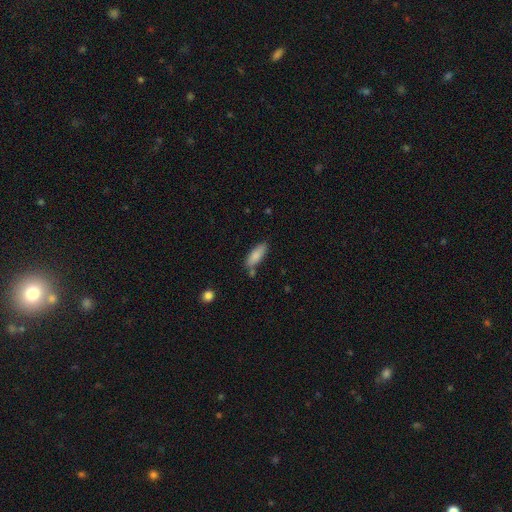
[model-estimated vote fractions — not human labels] This appears to be a smooth galaxy with no disk features (84%) that is in between round and cigar-shaped (63%). Merging: none (68%).